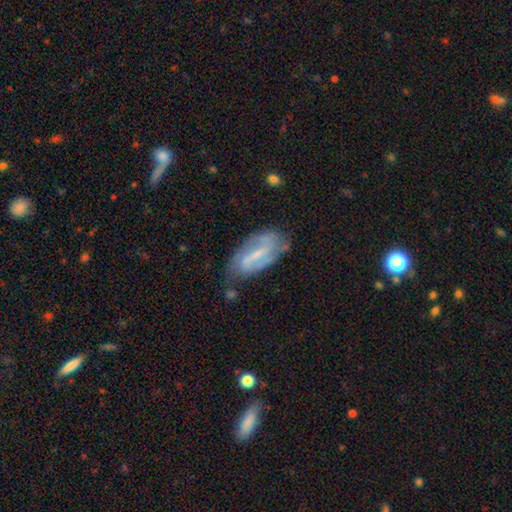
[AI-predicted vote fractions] A featured or disk galaxy (77%) with a strong bar (46%), 2 (80%) medium (42%) spiral arms (88%) and a small central bulge (63%).

Vote fractions:
- Smooth or featured? featured or disk: 77% / smooth: 16% / star or artifact: 7%
- Edge-on disk? no: 93% / yes: 7%
- Bar? strong: 46% / weak: 41% / no: 13%
- Spiral arms? yes: 88% / no: 12%
- Spiral winding? medium: 42% / loose: 33% / tight: 25%
- Spiral arm count? 2: 80% / can't tell: 12% / 1: 3% / 3: 3% / 4: 1% / more than 4: 1%
- Bulge size? small: 63% / moderate: 19% / none: 16% / large: 1% / dominant: 1%
- Merging? none: 67% / minor disturbance: 22% / major disturbance: 7% / merger: 3%